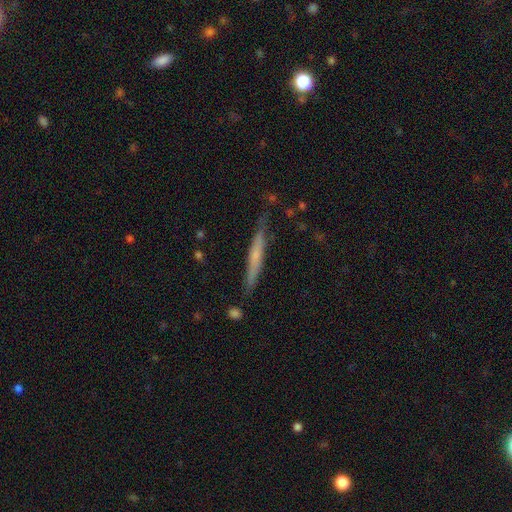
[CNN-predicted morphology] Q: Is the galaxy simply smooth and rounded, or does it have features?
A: featured or disk — 47%.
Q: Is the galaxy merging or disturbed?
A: none — 78%.